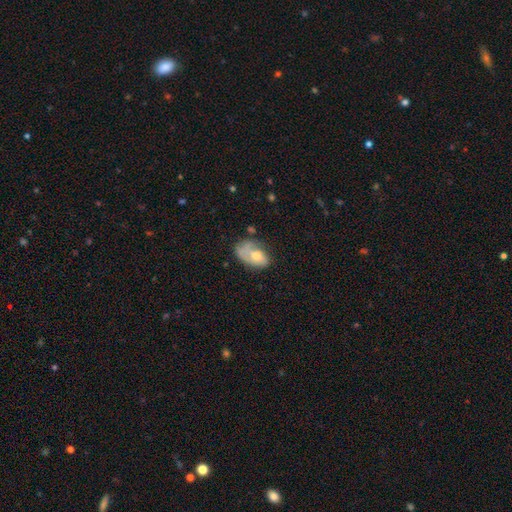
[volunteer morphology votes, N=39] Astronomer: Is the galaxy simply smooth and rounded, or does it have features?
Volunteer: featured or disk — 56% (runner-up: smooth, 36%).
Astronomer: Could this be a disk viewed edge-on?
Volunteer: no — 91%.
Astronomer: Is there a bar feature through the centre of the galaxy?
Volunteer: no — 80%.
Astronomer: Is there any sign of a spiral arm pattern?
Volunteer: no — 60% (runner-up: yes, 40%).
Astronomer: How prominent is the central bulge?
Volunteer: moderate — 75%.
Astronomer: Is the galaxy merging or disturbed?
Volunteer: none — 33%, tied with major disturbance at 33%.